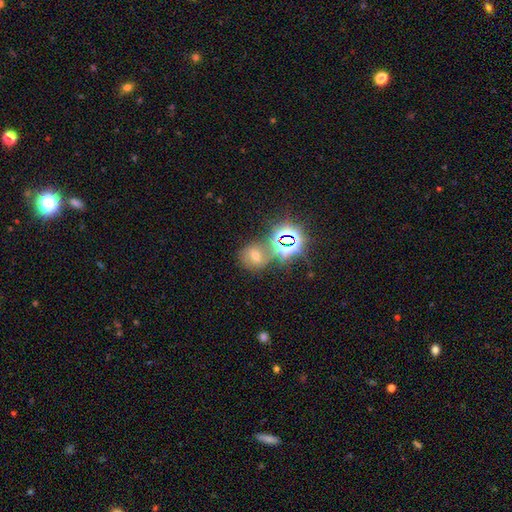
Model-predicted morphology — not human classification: A star or artifact, not a galaxy (43%).